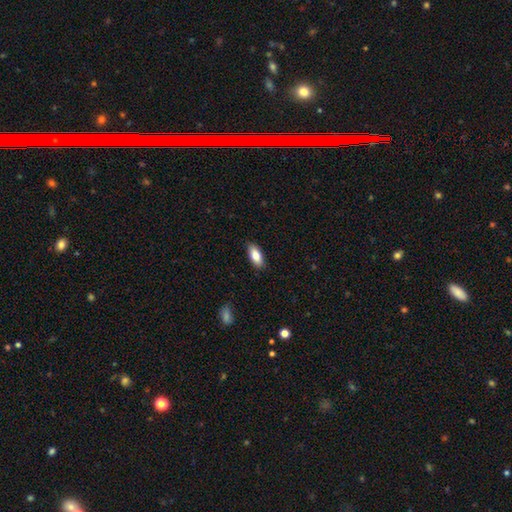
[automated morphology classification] smooth_or_featured: smooth (p=0.82) [alt: featured or disk p=0.11]
how_rounded: in between (p=0.86) [alt: cigar-shaped p=0.12]
merging: none (p=0.88) [alt: minor disturbance p=0.10]